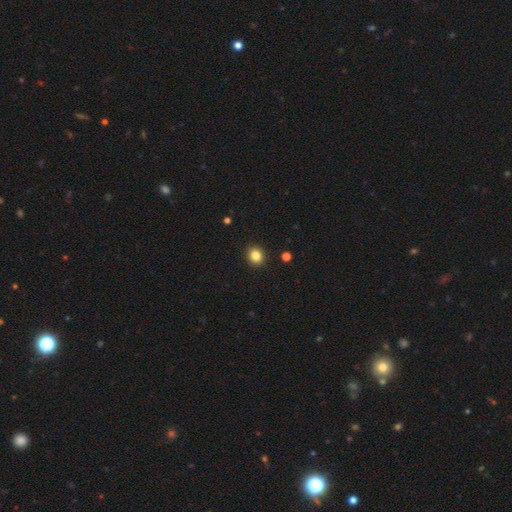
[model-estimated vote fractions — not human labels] This is clearly a smooth galaxy (84%). How rounded: likely round (76%). Merging: clearly none (92%).